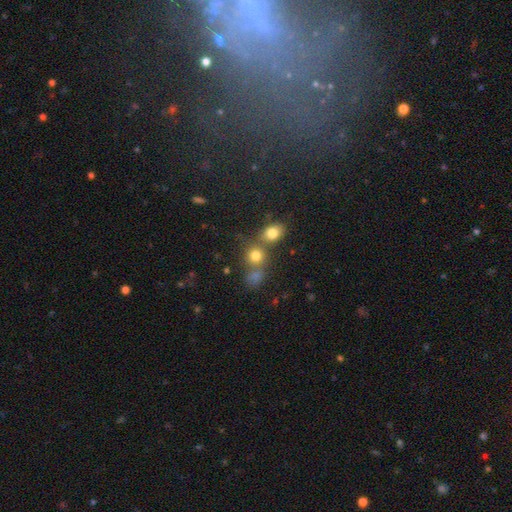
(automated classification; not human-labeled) A smooth galaxy with no disk features (76%) that is round (78%).

Vote fractions:
- Smooth or featured? smooth: 76% / star or artifact: 15% / featured or disk: 9%
- How rounded? round: 78% / in between: 20% / cigar-shaped: 1%
- Merging? none: 51% / merger: 36% / minor disturbance: 8% / major disturbance: 5%